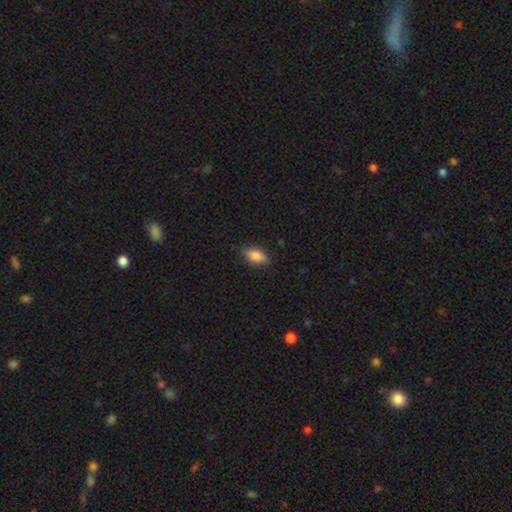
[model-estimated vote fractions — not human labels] Smooth or featured? smooth (83%)
How rounded? in between (88%)
Merging? none (81%)